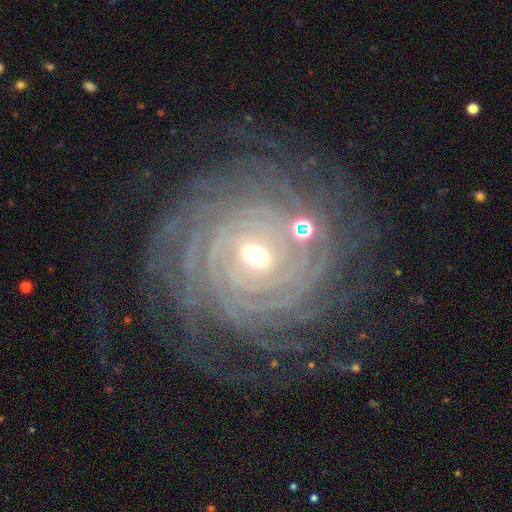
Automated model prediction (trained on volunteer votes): Q: Smooth or featured?
A: featured or disk (90%); runner-up: star or artifact (6%)
Q: Edge-on disk?
A: no (97%); runner-up: yes (3%)
Q: Bar?
A: weak (45%); runner-up: no (28%)
Q: Spiral arms?
A: yes (98%); runner-up: no (2%)
Q: Spiral winding?
A: tight (88%); runner-up: medium (10%)
Q: Spiral arm count?
A: more than 4 (40%); runner-up: 4 (18%)
Q: Bulge size?
A: moderate (50%); runner-up: small (45%)
Q: Merging?
A: none (75%); runner-up: minor disturbance (14%)